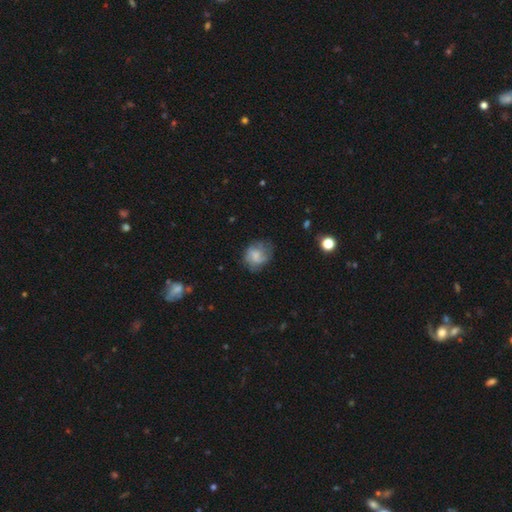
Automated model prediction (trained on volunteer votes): Q: Smooth or featured?
A: smooth (56%); runner-up: featured or disk (34%)
Q: How rounded?
A: round (64%); runner-up: in between (35%)
Q: Merging?
A: none (59%); runner-up: minor disturbance (25%)